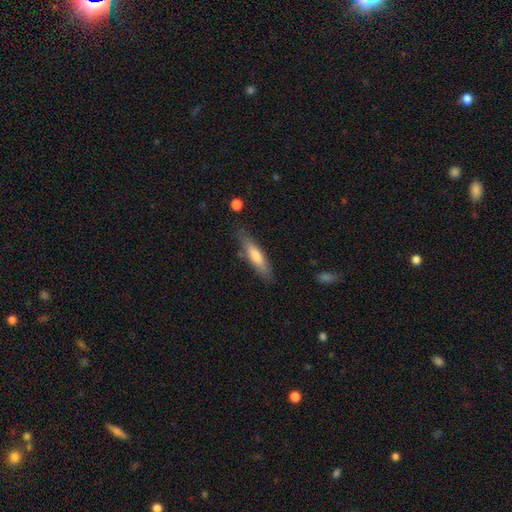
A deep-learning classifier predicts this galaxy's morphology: This is likely a smooth galaxy (65%). How rounded: likely cigar-shaped (76%). Merging: likely none (80%).